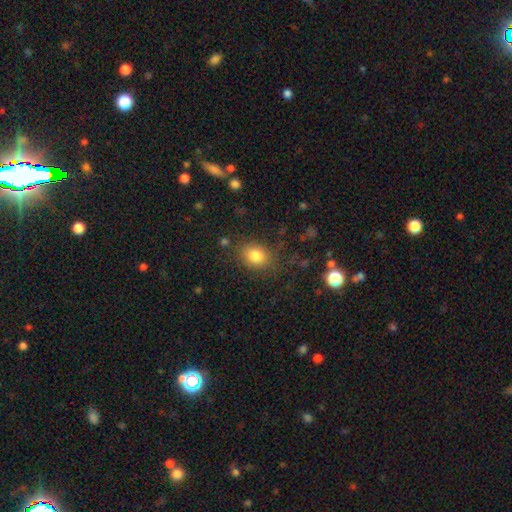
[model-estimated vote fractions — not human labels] The model was most divided on "how rounded": in between: 55%, round: 44%, cigar-shaped: 1%. More confident: smooth or featured — smooth (81%); merging — none (79%).